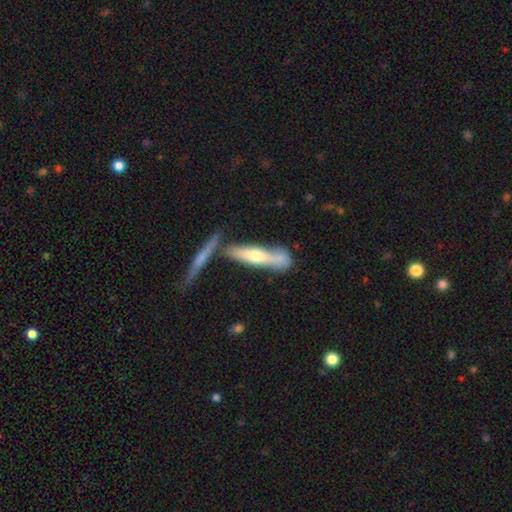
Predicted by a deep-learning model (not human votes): A featured or disk galaxy (54%) viewed edge-on (83%). Merging: none (53%).